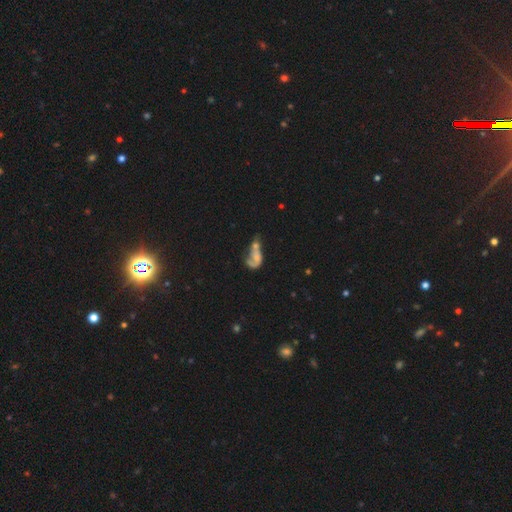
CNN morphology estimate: A featured or disk galaxy (49%). Merging: merger (47%).